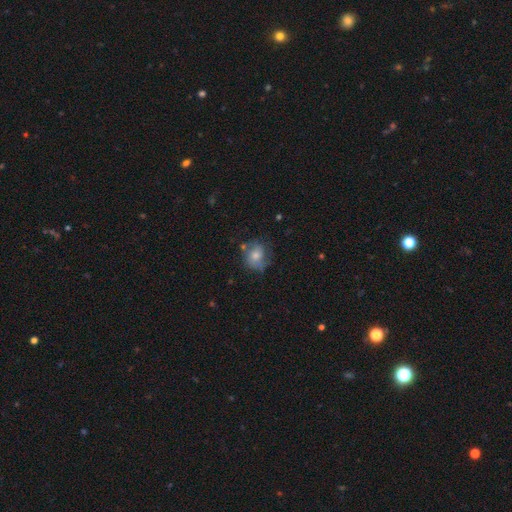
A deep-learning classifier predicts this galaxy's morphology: The model was most divided on "smooth or featured": smooth: 61%, featured or disk: 30%, star or artifact: 10%. More confident: how rounded — round (66%); merging — none (58%).